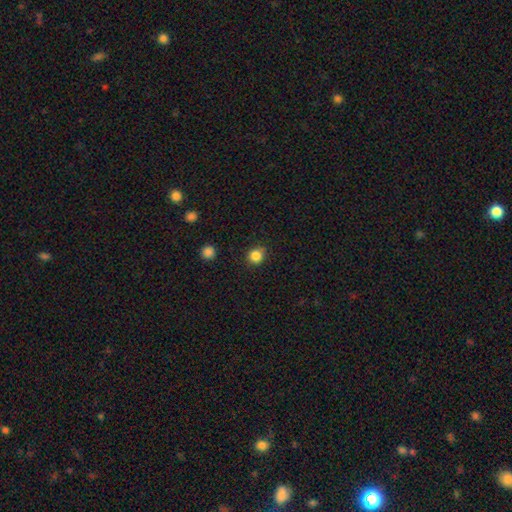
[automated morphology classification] Overall: smooth (84%). How rounded: round (88%). Merging: none (83%).